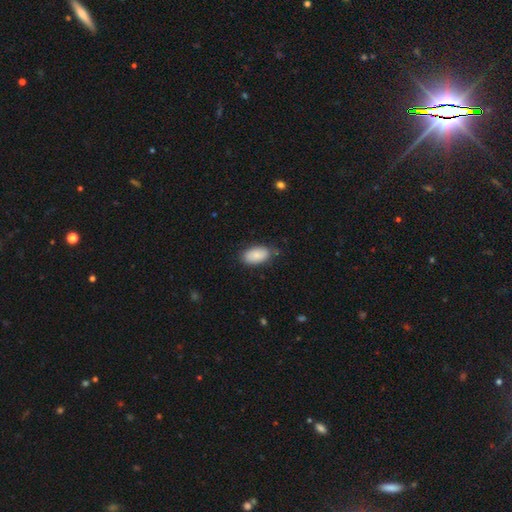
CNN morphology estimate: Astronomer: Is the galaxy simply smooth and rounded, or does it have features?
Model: smooth — 87%.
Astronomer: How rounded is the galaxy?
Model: in between — 94%.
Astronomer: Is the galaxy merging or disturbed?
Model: none — 75%.